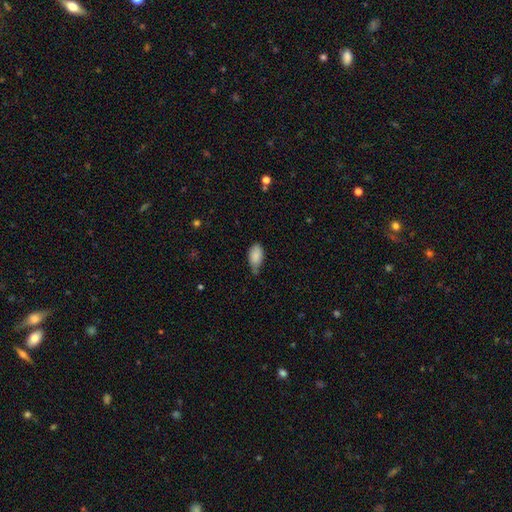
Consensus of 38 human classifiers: A smooth galaxy with no disk features (82%) that is in between round and cigar-shaped (94%).

Vote fractions:
- Smooth or featured? smooth: 82% / featured or disk: 16% / star or artifact: 3%
- How rounded? in between: 94% / cigar-shaped: 6% / round: 0%
- Merging? minor disturbance: 49% / none: 38% / major disturbance: 8% / merger: 5%